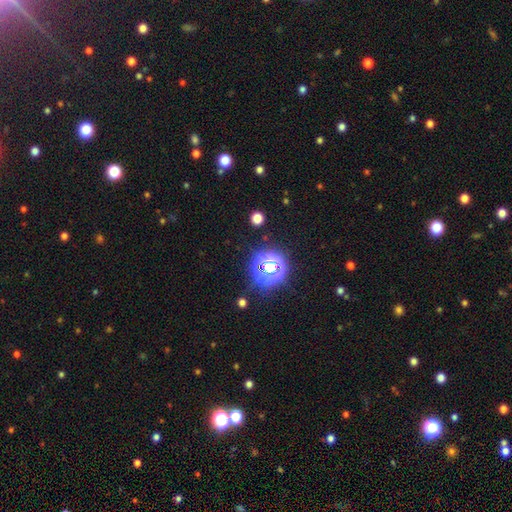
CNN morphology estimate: The model was most divided on "smooth or featured": star or artifact: 80%, smooth: 13%, featured or disk: 6%.